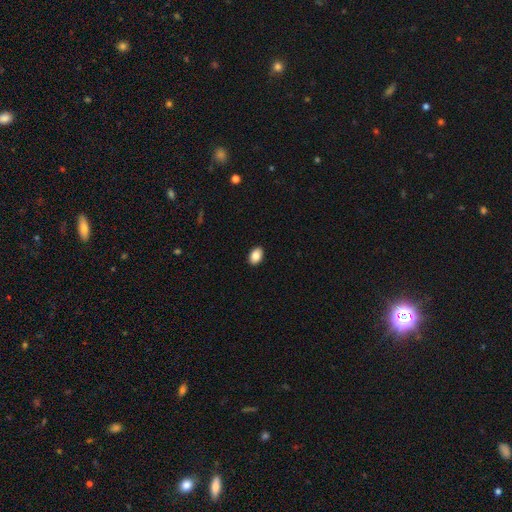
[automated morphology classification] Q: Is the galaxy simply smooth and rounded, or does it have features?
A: smooth — 88%.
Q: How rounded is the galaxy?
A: in between — 85%.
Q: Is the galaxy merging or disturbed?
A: none — 91%.